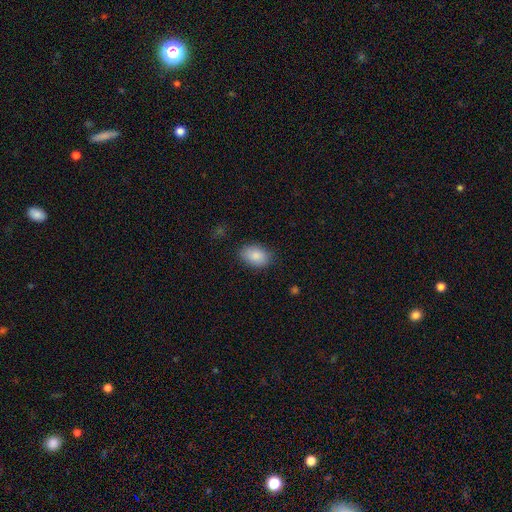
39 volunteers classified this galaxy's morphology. This appears to be a smooth galaxy with no disk features (90%) that is in between round and cigar-shaped (83%). Merging: none (81%).